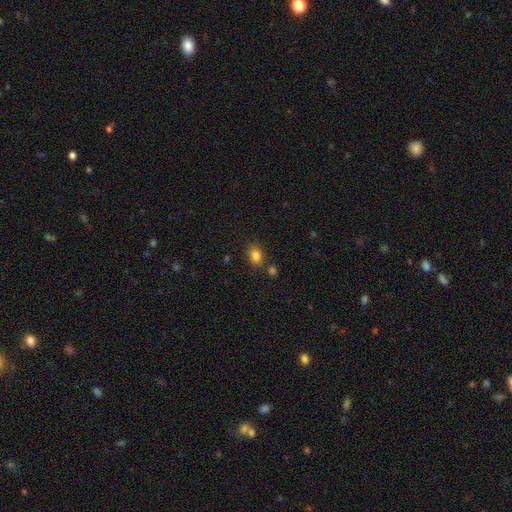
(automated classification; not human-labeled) The model was most divided on "how rounded": in between: 67%, round: 32%, cigar-shaped: 1%. More confident: smooth or featured — smooth (82%); merging — none (77%).